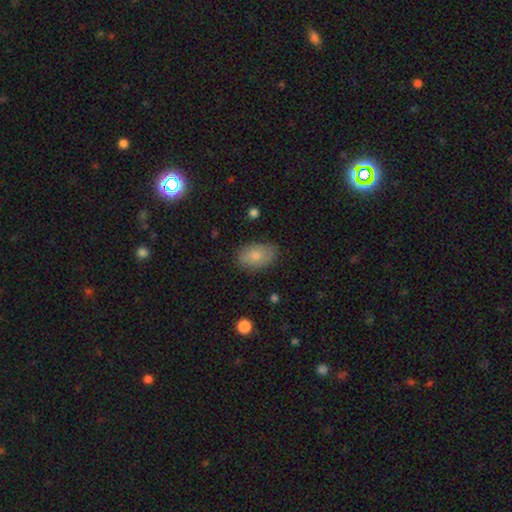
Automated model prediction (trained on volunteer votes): This appears to be a smooth galaxy with no disk features (81%) that is in between round and cigar-shaped (89%). Merging: none (81%).